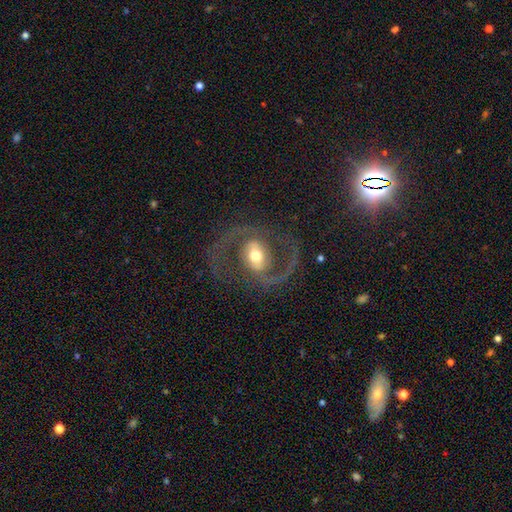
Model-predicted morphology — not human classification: Overall: featured or disk (89%). Edge-on disk: no (97%). Bar: weak (40%; strong 37%). Spiral arms: yes (95%). Spiral arm count: 2 (92%). Spiral winding: medium (59%; loose 25%). Bulge size: moderate (66%). Merging: none (76%).